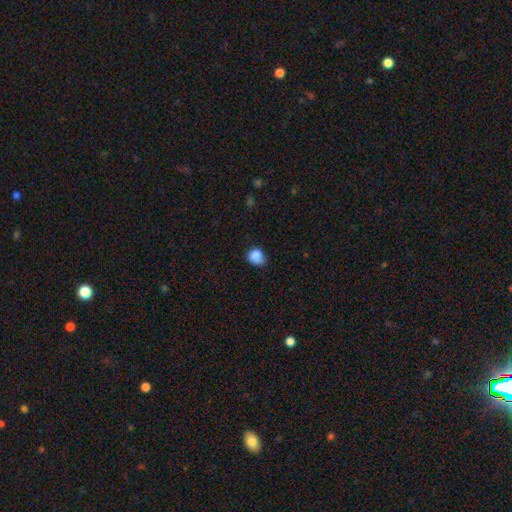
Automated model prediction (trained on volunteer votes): smooth-or-featured: smooth: 84% | star or artifact: 10% | featured or disk: 6%
  how-rounded: round: 60% | in between: 39% | cigar-shaped: 1%
  merging: none: 49% | minor disturbance: 38% | major disturbance: 10% | merger: 3%